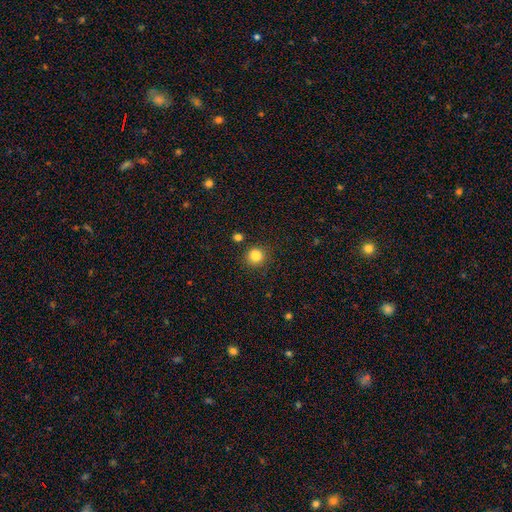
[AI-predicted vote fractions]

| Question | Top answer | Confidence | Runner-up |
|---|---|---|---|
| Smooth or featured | smooth | 84% | star or artifact (12%) |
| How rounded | round | 89% | in between (10%) |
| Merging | none | 84% | minor disturbance (9%) |